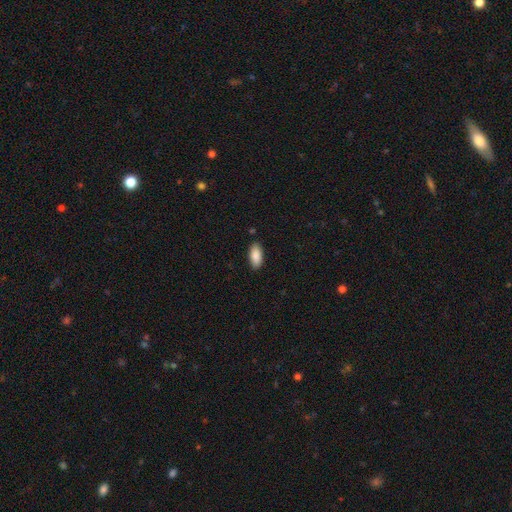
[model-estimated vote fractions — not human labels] Overall: smooth (88%). How rounded: in between (89%). Merging: none (87%).